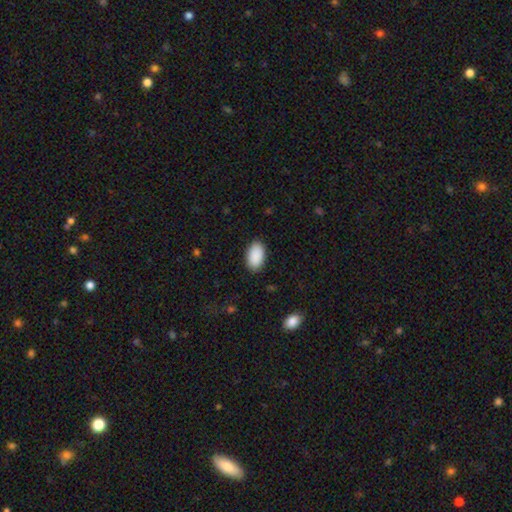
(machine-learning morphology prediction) Smooth or featured? Predicted: smooth (p=0.91). How rounded? Predicted: in between (p=0.95). Merging? Predicted: none (p=0.88).